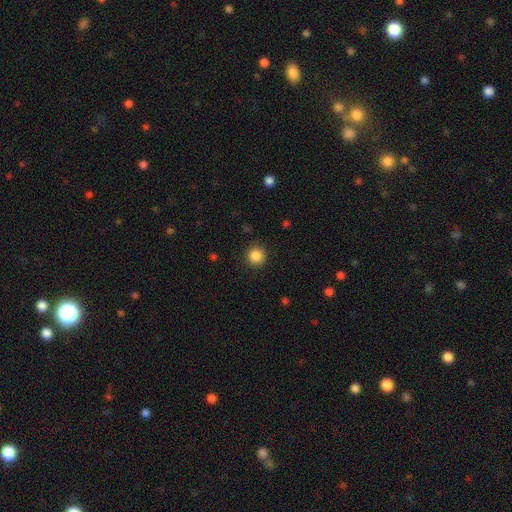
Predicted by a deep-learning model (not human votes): Smooth or featured: smooth — 86% (star or artifact — 11%)
How rounded: round — 94% (in between — 5%)
Merging: none — 89% (minor disturbance — 8%)